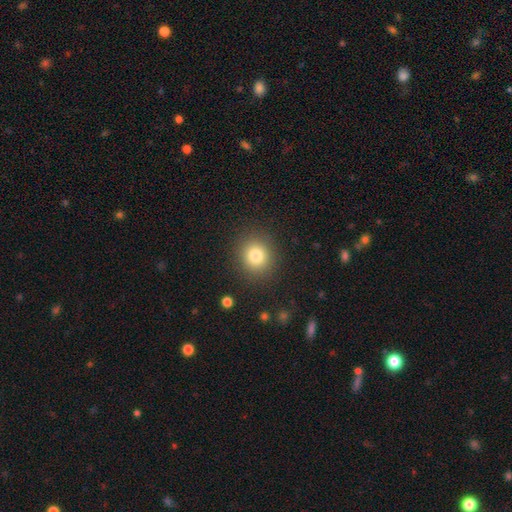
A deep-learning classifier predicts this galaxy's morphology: This is clearly a smooth galaxy (80%). How rounded: clearly round (83%). Merging: clearly none (88%).